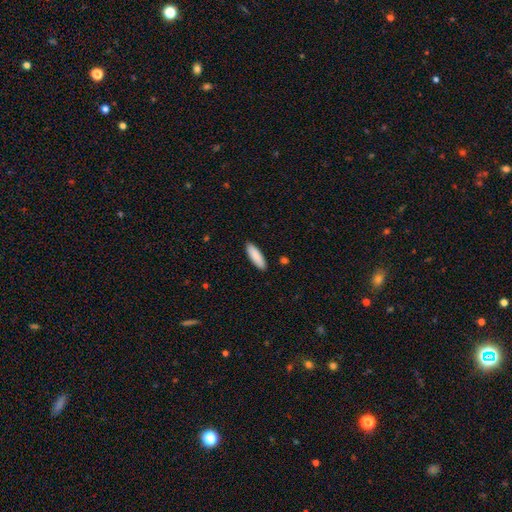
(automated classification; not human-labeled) Smooth or featured? Predicted: smooth (p=0.89). How rounded? Predicted: in between (p=0.50). Merging? Predicted: none (p=0.90).